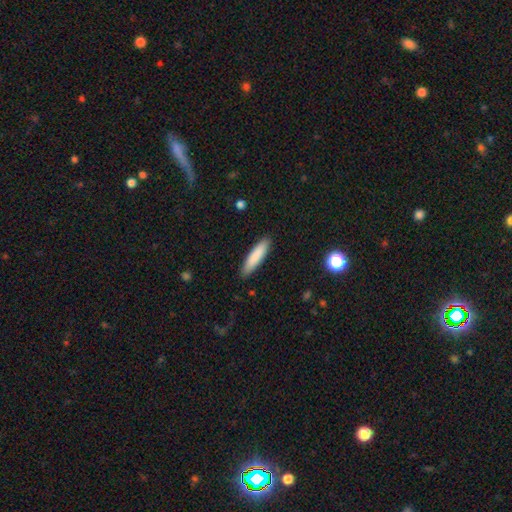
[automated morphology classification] Smooth or featured? Predicted: smooth (p=0.85). How rounded? Predicted: cigar-shaped (p=0.78). Merging? Predicted: none (p=0.89).